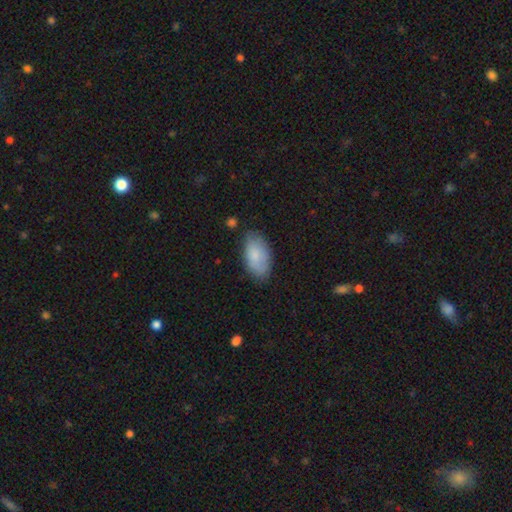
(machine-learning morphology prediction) Overall: smooth (82%). How rounded: in between (94%). Merging: none (75%).